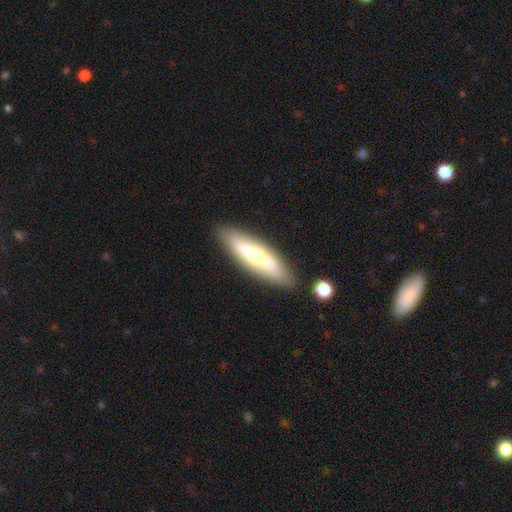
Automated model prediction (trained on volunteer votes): This appears to be a featured or disk galaxy (49%). Merging: none (85%).